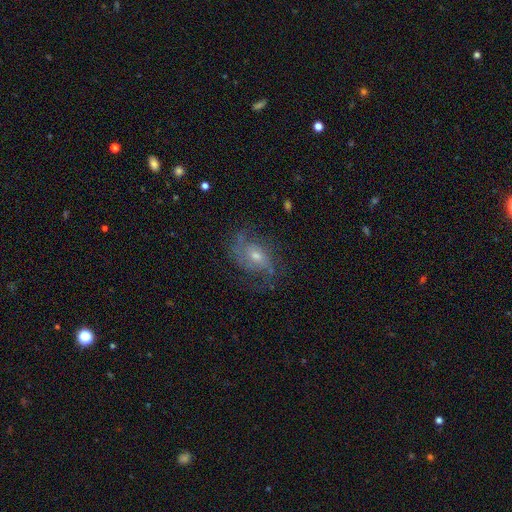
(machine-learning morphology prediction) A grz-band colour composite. It shows a featured or disk galaxy (74%) with no bar (63%), 2 (58%) medium (47%) spiral arms (91%) and a moderate central bulge (50%). Merging: none (65%).